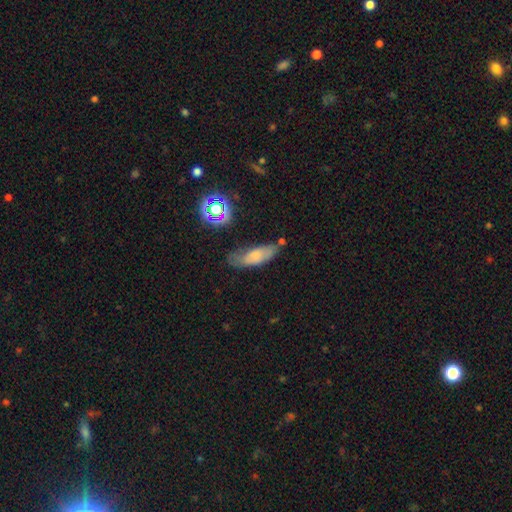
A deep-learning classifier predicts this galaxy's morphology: Smooth or featured?
  - smooth: 64% *
  - featured or disk: 23%
  - star or artifact: 13%
How rounded?
  - in between: 62% *
  - cigar-shaped: 35%
  - round: 3%
Merging?
  - none: 52% *
  - minor disturbance: 30%
  - major disturbance: 11%
  - merger: 7%